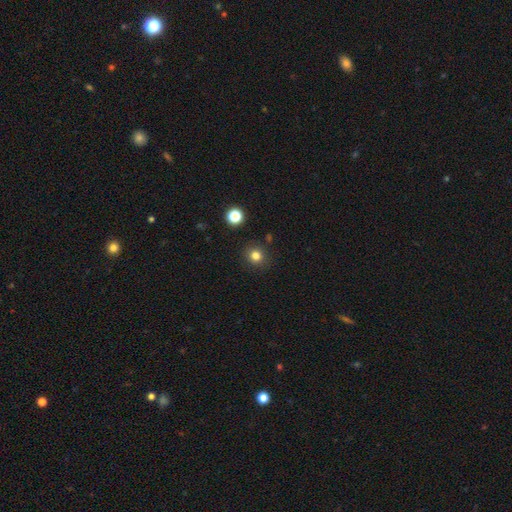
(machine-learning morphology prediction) smooth 80%, star or artifact 14%, featured or disk 6%. Down the decision tree: how rounded — round (90%); merging — none (90%).